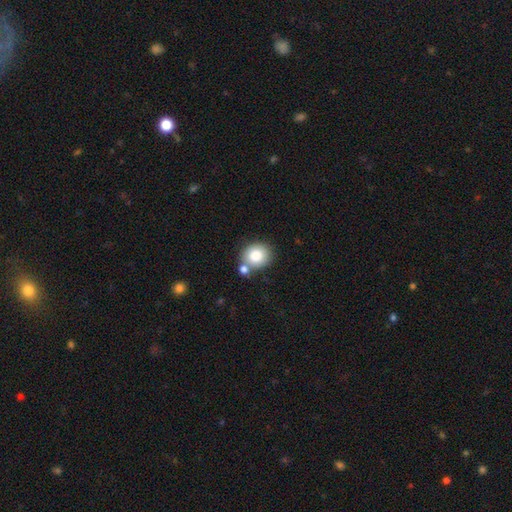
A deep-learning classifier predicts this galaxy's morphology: Smooth or featured: smooth — 82% (featured or disk — 9%)
How rounded: round — 74% (in between — 25%)
Merging: none — 64% (merger — 21%)